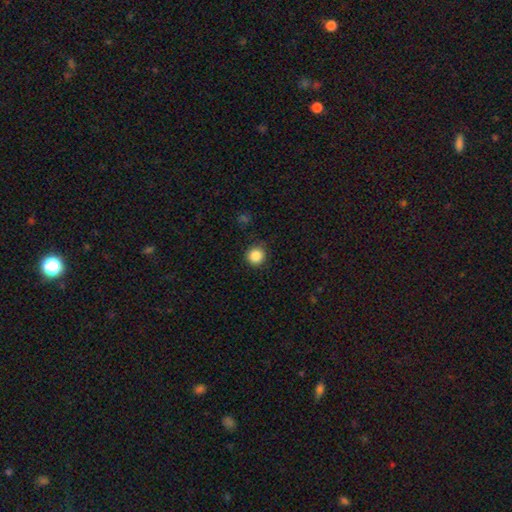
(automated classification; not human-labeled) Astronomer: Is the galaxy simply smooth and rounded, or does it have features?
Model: smooth — 86%.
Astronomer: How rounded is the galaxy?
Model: round — 94%.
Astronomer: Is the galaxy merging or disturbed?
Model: none — 89%.